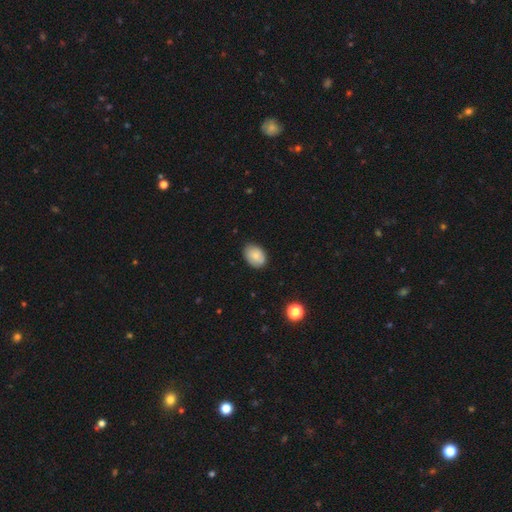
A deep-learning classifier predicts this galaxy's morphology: type=smooth (82%); roundness=in between (79%); merging=none (81%).